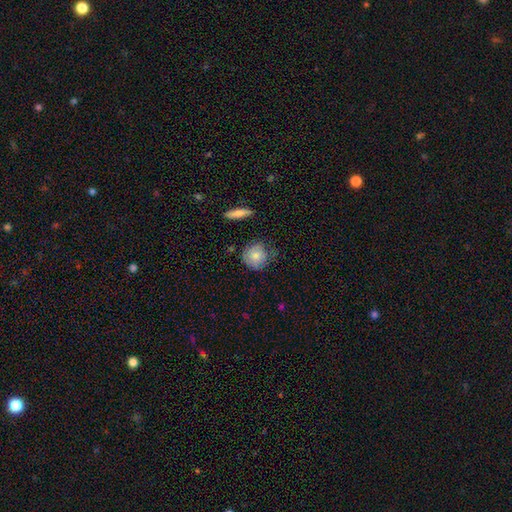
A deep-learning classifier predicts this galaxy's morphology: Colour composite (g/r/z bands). It shows a smooth galaxy with no disk features (77%) that is round (85%). Merging: none (62%).